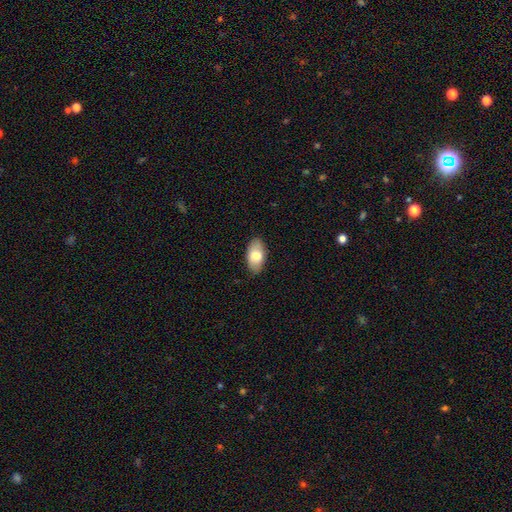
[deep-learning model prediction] Smooth or featured? Predicted: smooth (p=0.78). How rounded? Predicted: in between (p=0.94). Merging? Predicted: none (p=0.86).